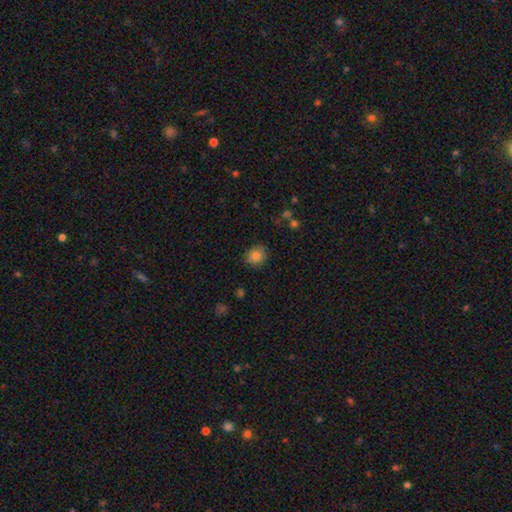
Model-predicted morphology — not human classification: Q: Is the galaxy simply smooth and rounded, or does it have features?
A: smooth — 84%.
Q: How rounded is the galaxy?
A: round — 70%.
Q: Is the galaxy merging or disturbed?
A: none — 82%.